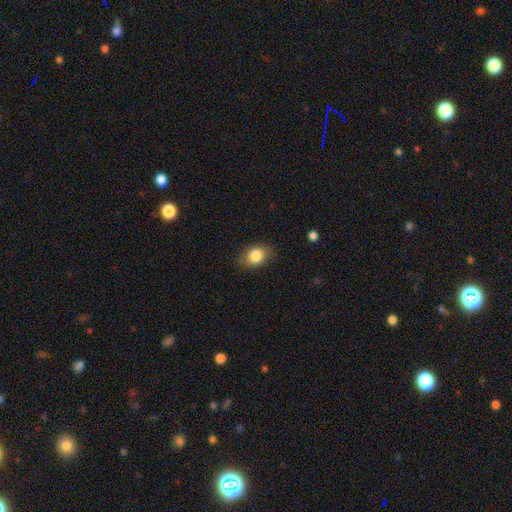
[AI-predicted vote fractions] smooth 84%, star or artifact 9%, featured or disk 7%. Down the decision tree: how rounded — in between (57%); merging — none (79%).